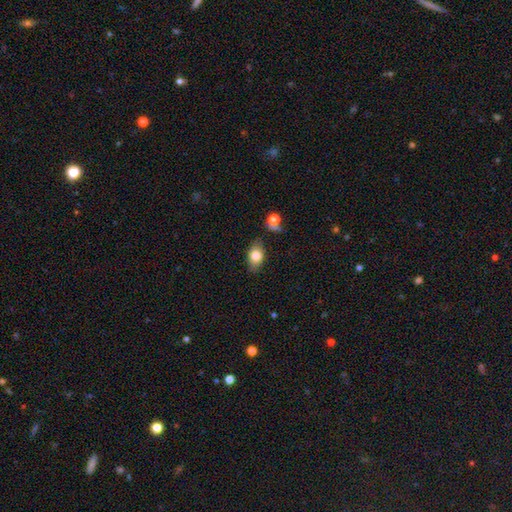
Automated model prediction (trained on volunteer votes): A smooth galaxy with no disk features (76%) that is in between round and cigar-shaped (84%).

Vote fractions:
- Smooth or featured? smooth: 76% / featured or disk: 15% / star or artifact: 8%
- How rounded? in between: 84% / round: 13% / cigar-shaped: 3%
- Merging? none: 77% / minor disturbance: 15% / merger: 4% / major disturbance: 4%